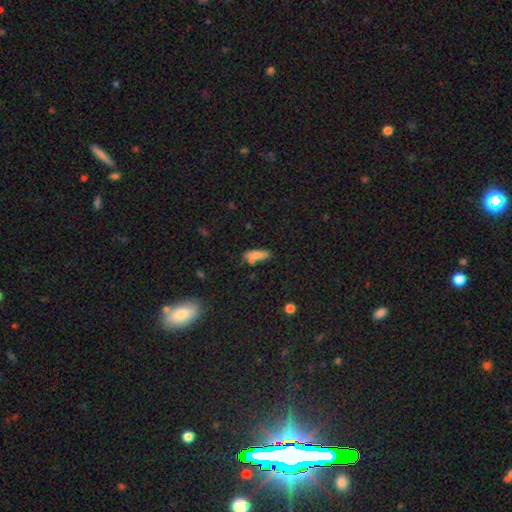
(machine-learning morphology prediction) Smooth or featured? Predicted: smooth (p=0.77). How rounded? Predicted: in between (p=0.63). Merging? Predicted: none (p=0.60).